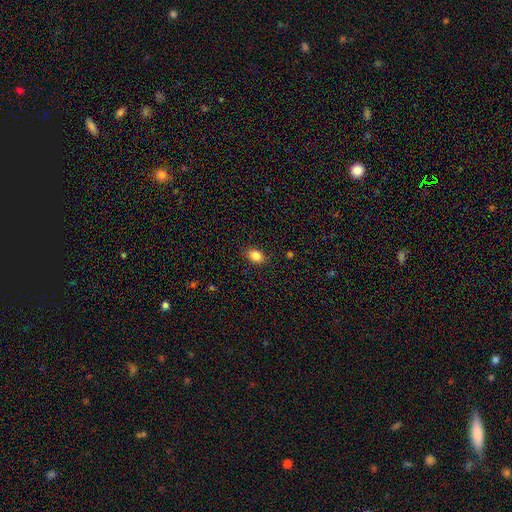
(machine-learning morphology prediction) A smooth galaxy with no disk features (85%) that is in between round and cigar-shaped (76%).

Vote fractions:
- Smooth or featured? smooth: 85% / star or artifact: 10% / featured or disk: 5%
- How rounded? in between: 76% / round: 23% / cigar-shaped: 1%
- Merging? none: 86% / minor disturbance: 10% / major disturbance: 3% / merger: 1%